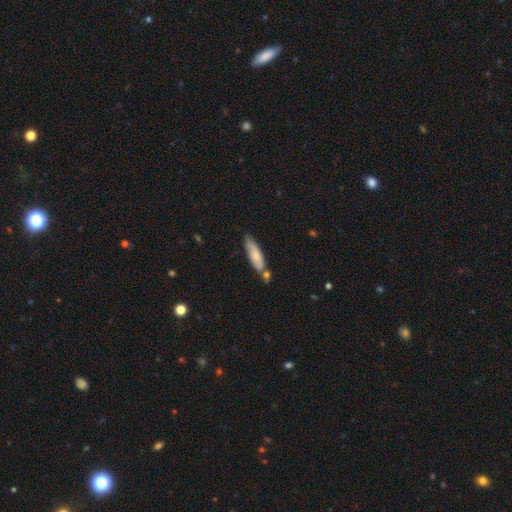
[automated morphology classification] Smooth or featured? Predicted: smooth (p=0.74). How rounded? Predicted: cigar-shaped (p=0.62). Merging? Predicted: none (p=0.57).